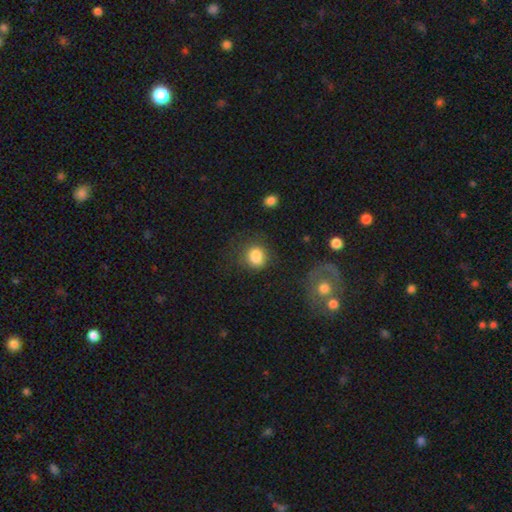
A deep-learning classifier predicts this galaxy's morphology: smooth 83%, star or artifact 10%, featured or disk 7%. Down the decision tree: how rounded — round (65%); merging — none (64%).